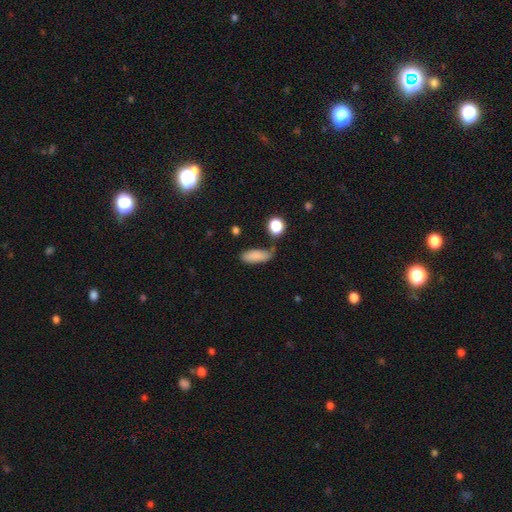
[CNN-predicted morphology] This is clearly a smooth galaxy (85%). How rounded: likely in between (76%). Merging: likely none (61%).